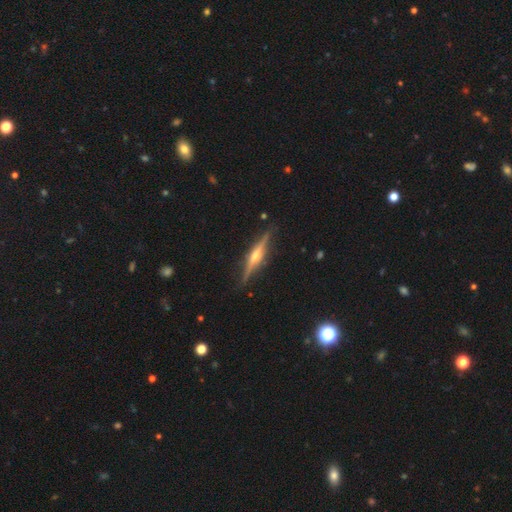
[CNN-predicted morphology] Overall: featured or disk (80%). Edge-on disk: yes (98%). Edge-on bulge: rounded (90%). Merging: none (88%).